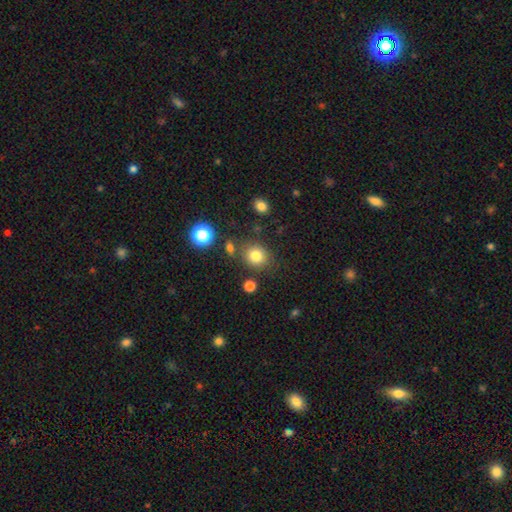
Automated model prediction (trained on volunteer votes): A smooth galaxy with no disk features (80%) that is round (77%).

Vote fractions:
- Smooth or featured? smooth: 80% / star or artifact: 13% / featured or disk: 7%
- How rounded? round: 77% / in between: 22% / cigar-shaped: 1%
- Merging? none: 78% / minor disturbance: 11% / merger: 7% / major disturbance: 4%